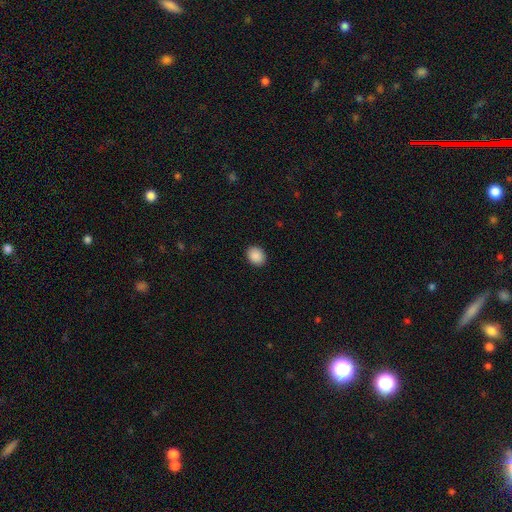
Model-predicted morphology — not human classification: A smooth galaxy with no disk features (90%) that is in between round and cigar-shaped (50%). Merging: none (91%).